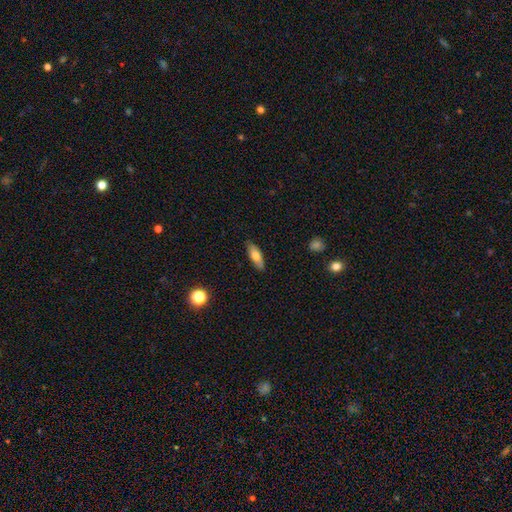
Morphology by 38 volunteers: Overall: smooth (68%; featured or disk 29%). How rounded: in between (65%; cigar-shaped 31%). Merging: none (95%).